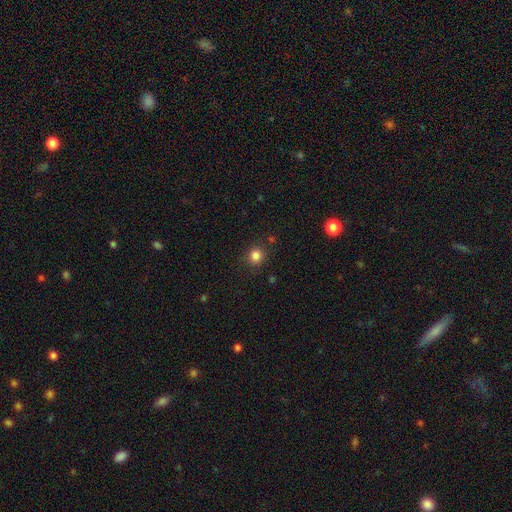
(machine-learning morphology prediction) Smooth or featured? smooth (83%)
How rounded? round (90%)
Merging? none (88%)